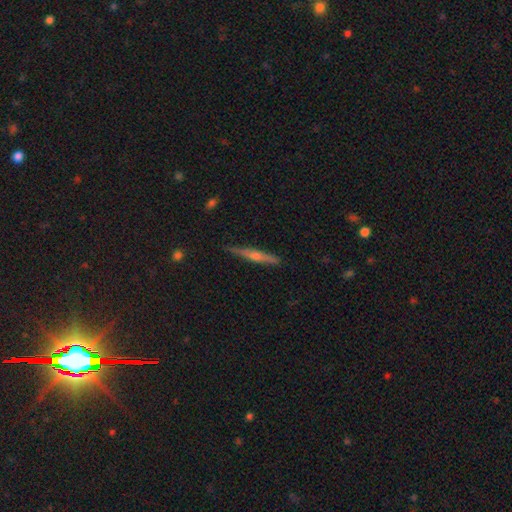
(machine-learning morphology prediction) This appears to be a featured or disk galaxy (64%) viewed edge-on (97%) with a rounded central bulge (79%). Merging: none (86%).